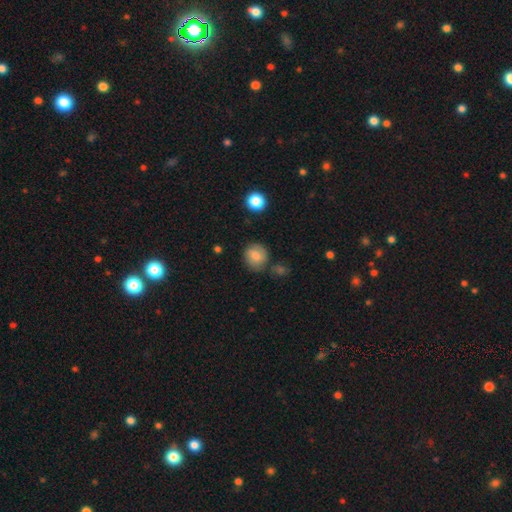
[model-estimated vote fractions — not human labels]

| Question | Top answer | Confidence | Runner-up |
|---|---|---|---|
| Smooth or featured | smooth | 78% | featured or disk (13%) |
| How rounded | round | 85% | in between (14%) |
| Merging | none | 75% | minor disturbance (15%) |